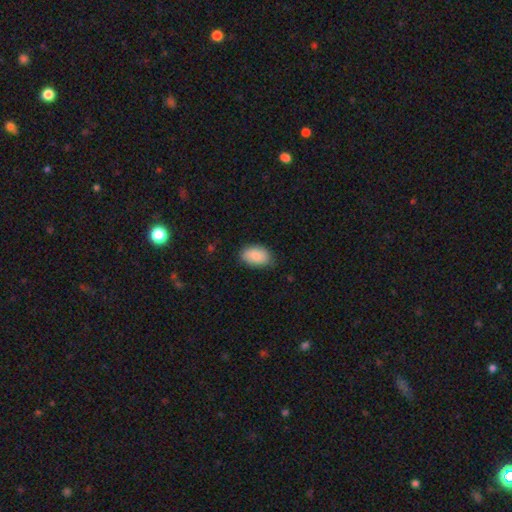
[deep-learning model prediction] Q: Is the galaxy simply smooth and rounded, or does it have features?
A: smooth — 86%.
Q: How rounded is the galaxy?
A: in between — 88%.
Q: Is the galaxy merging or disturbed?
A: none — 78%.